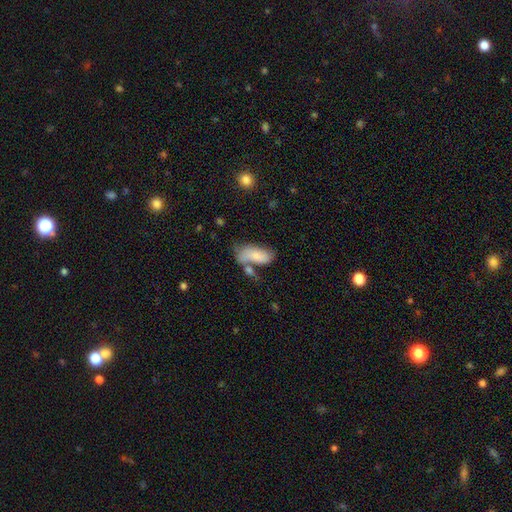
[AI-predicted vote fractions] This is likely a smooth galaxy (73%). How rounded: clearly in between (89%). Merging: marginally none (34%).